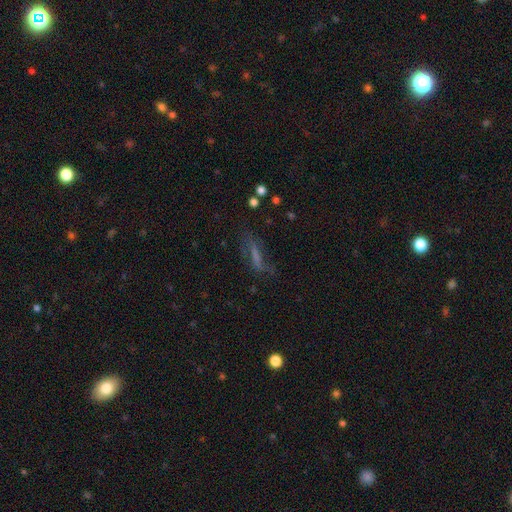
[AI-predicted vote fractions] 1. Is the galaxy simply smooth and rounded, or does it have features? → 42% smooth, 39% featured or disk, 19% star or artifact.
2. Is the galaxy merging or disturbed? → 56% none, 22% minor disturbance, 19% major disturbance, 3% merger.